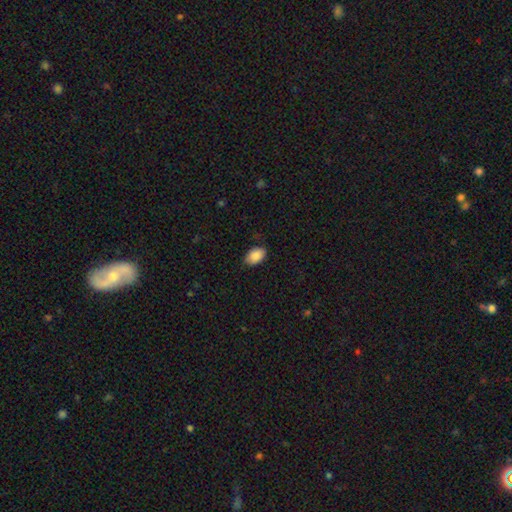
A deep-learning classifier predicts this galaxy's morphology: Smooth or featured? smooth (89%)
How rounded? in between (91%)
Merging? none (80%)